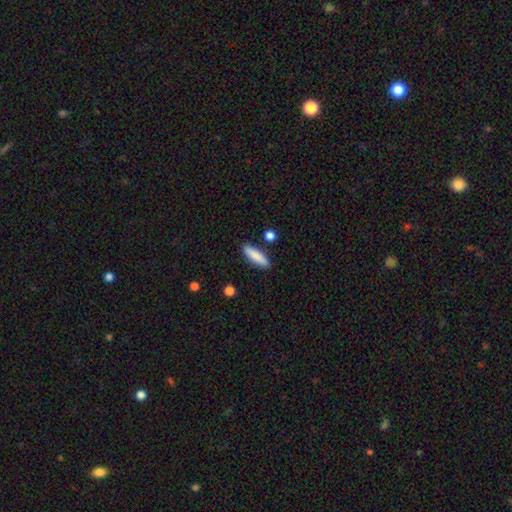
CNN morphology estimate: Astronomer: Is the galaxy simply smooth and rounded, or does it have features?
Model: smooth — 84%.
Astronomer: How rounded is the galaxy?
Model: cigar-shaped — 66%.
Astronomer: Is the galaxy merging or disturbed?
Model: none — 88%.